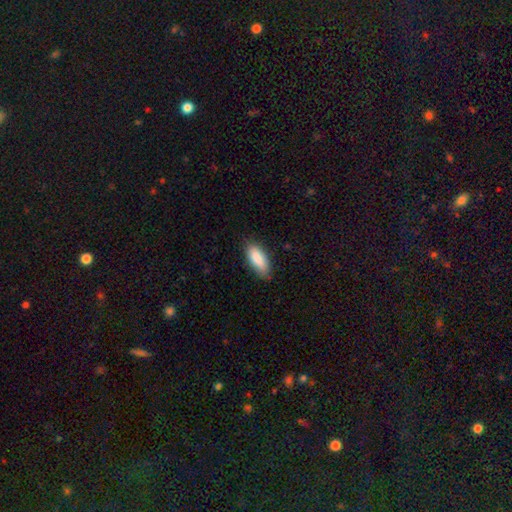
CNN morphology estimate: smooth 87%, featured or disk 7%, star or artifact 6%. Down the decision tree: how rounded — in between (79%); merging — none (82%).